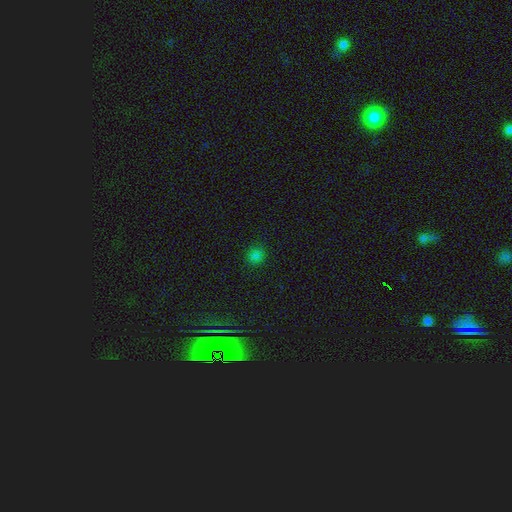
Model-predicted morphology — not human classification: Q: Smooth or featured?
A: smooth (80%); runner-up: star or artifact (17%)
Q: How rounded?
A: round (86%); runner-up: in between (13%)
Q: Merging?
A: none (90%); runner-up: minor disturbance (7%)